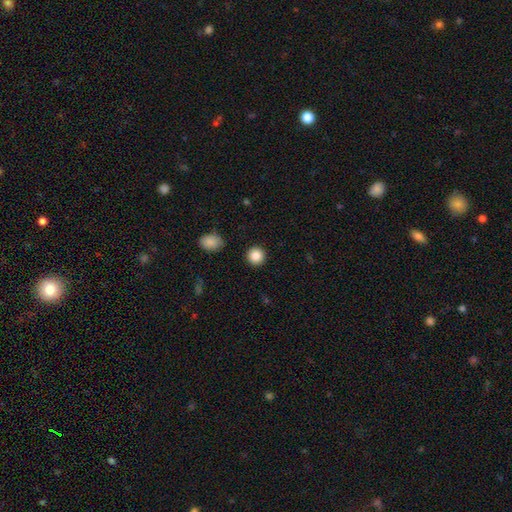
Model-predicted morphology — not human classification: Smooth or featured: smooth — 87% (star or artifact — 9%)
How rounded: round — 94% (in between — 5%)
Merging: none — 92% (minor disturbance — 5%)